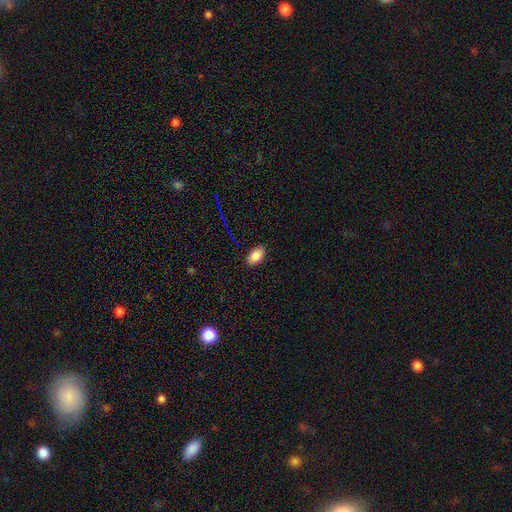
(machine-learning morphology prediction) smooth 85%, star or artifact 8%, featured or disk 6%. Down the decision tree: how rounded — in between (93%); merging — none (88%).